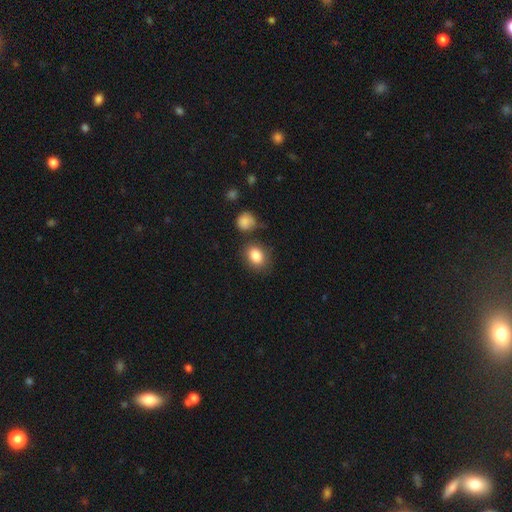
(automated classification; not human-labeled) Overall: smooth (85%). How rounded: in between (61%; round 38%). Merging: none (74%).